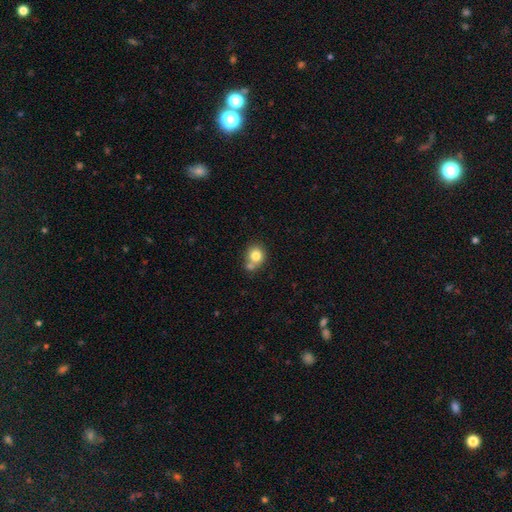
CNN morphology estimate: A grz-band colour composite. It shows a smooth galaxy with no disk features (79%) that is round (78%). Merging: none (53%).